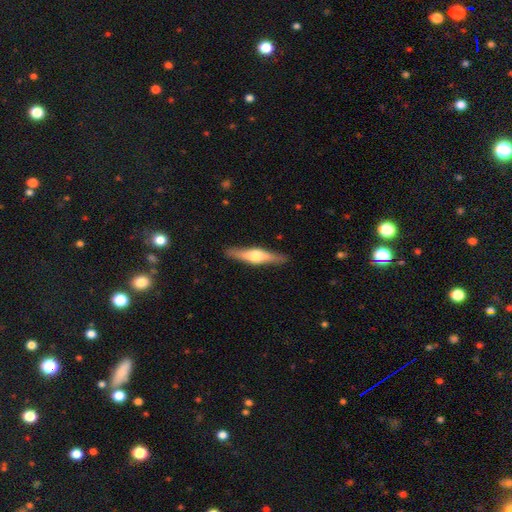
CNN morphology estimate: Q: Smooth or featured?
A: featured or disk (58%); runner-up: smooth (37%)
Q: Edge-on disk?
A: yes (95%); runner-up: no (5%)
Q: Edge-on bulge?
A: rounded (90%); runner-up: boxy (7%)
Q: Merging?
A: none (89%); runner-up: minor disturbance (8%)